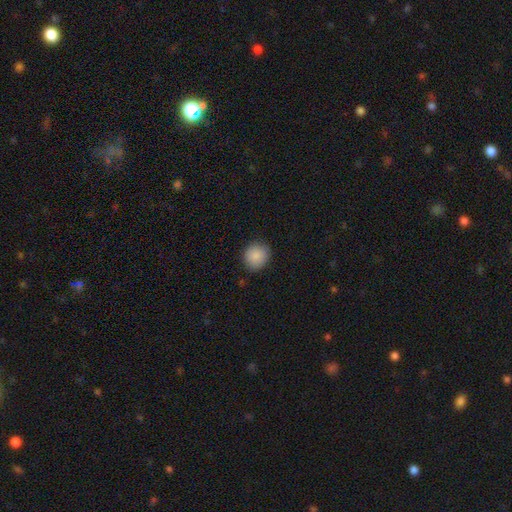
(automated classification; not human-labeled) smooth_or_featured: smooth (p=0.88) [alt: star or artifact p=0.08]
how_rounded: round (p=0.81) [alt: in between p=0.18]
merging: none (p=0.86) [alt: minor disturbance p=0.10]